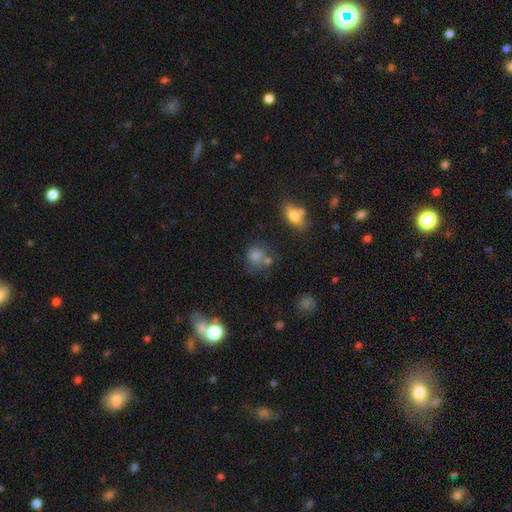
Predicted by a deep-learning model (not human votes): Overall: smooth (68%). How rounded: round (67%; in between 32%). Merging: none (51%; merger 20%).